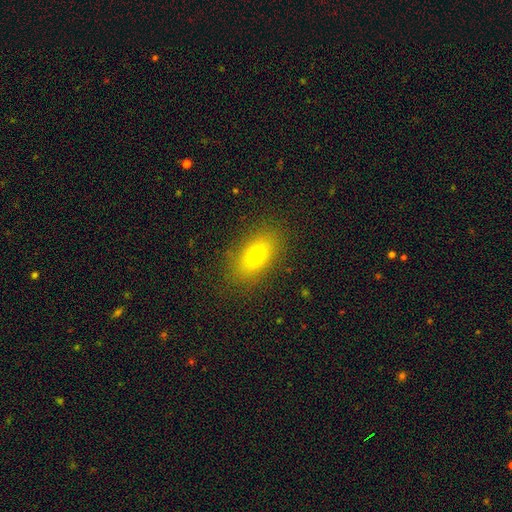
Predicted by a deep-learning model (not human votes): smooth 72%, featured or disk 16%, star or artifact 12%. Down the decision tree: how rounded — in between (83%); merging — none (86%).